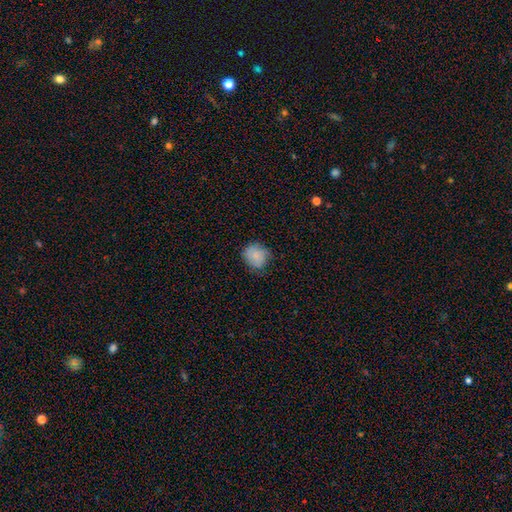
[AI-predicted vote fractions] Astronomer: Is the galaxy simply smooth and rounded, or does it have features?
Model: smooth — 81%.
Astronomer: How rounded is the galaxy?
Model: round — 74%.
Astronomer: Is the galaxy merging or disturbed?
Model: none — 68%.